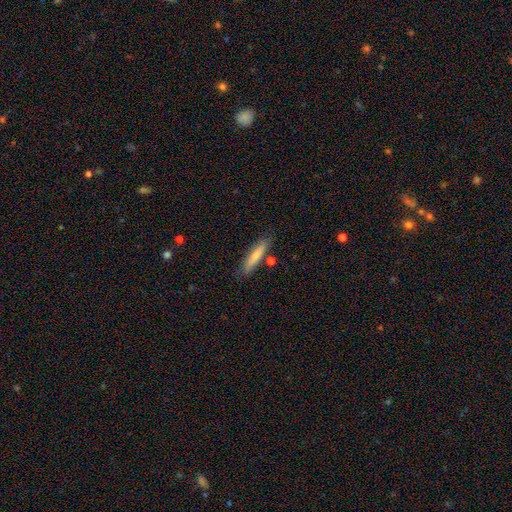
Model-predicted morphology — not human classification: Smooth or featured? smooth (72%)
How rounded? cigar-shaped (85%)
Merging? none (80%)